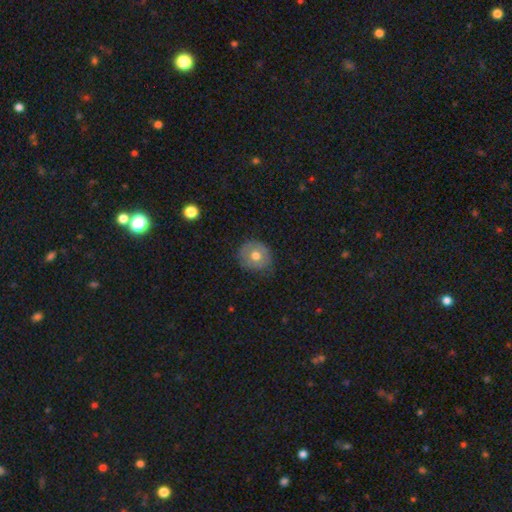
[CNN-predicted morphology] Smooth or featured?
  - smooth: 62% *
  - featured or disk: 30%
  - star or artifact: 9%
How rounded?
  - round: 80% *
  - in between: 19%
  - cigar-shaped: 1%
Merging?
  - none: 75% *
  - minor disturbance: 19%
  - major disturbance: 5%
  - merger: 1%